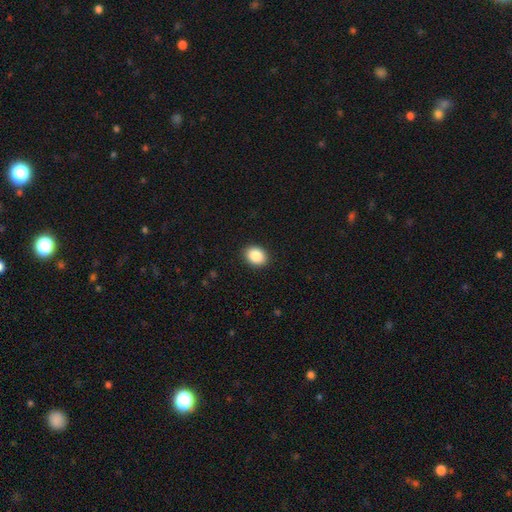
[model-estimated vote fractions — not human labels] Q: Smooth or featured?
A: smooth (88%); runner-up: star or artifact (8%)
Q: How rounded?
A: in between (62%); runner-up: round (37%)
Q: Merging?
A: none (91%); runner-up: minor disturbance (6%)